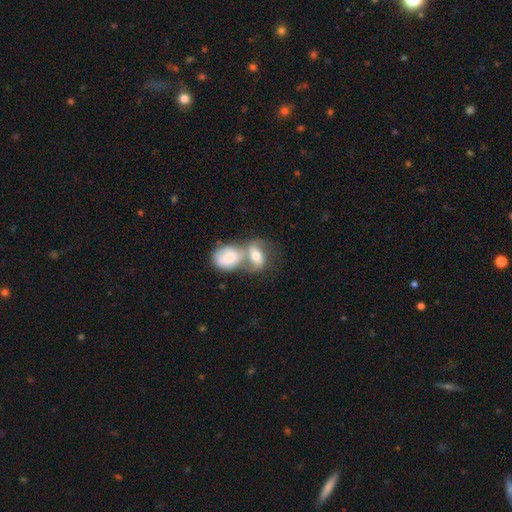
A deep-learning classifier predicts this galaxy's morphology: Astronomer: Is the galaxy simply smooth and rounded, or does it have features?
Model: smooth — 59%.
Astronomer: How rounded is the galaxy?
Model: in between — 79%.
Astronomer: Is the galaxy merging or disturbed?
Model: merger — 70%.